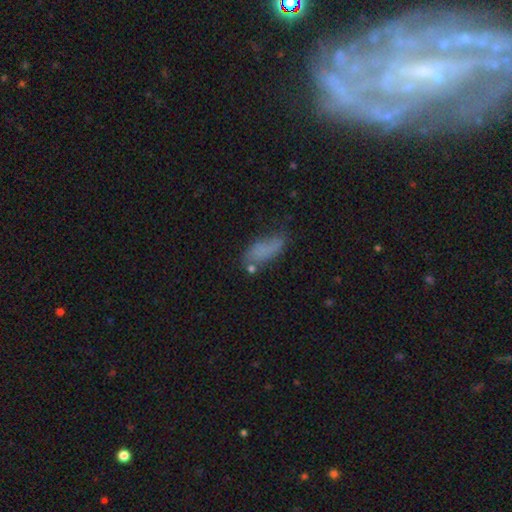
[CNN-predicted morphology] Smooth or featured?
  - smooth: 67% *
  - featured or disk: 20%
  - star or artifact: 13%
How rounded?
  - in between: 74% *
  - cigar-shaped: 23%
  - round: 3%
Merging?
  - none: 47% *
  - minor disturbance: 28%
  - major disturbance: 16%
  - merger: 8%